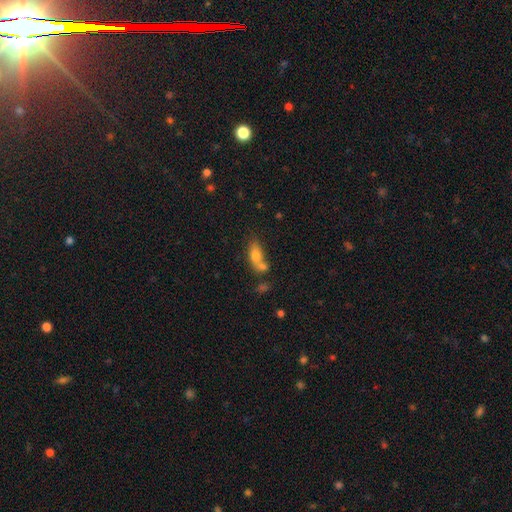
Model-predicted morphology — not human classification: Smooth or featured: smooth — 71% (featured or disk — 19%)
How rounded: in between — 77% (cigar-shaped — 12%)
Merging: merger — 49% (none — 31%)